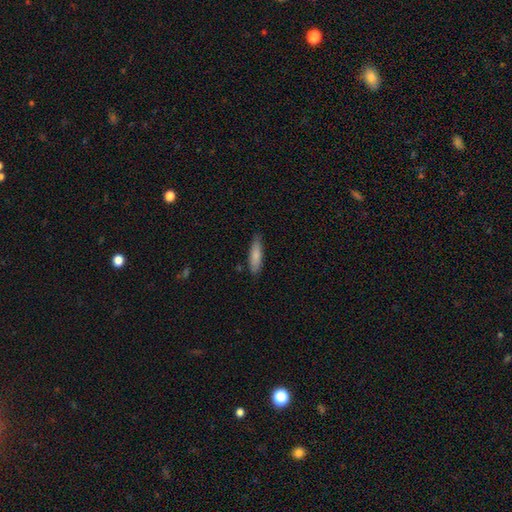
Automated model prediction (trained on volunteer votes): Smooth or featured?
  - smooth: 82% *
  - featured or disk: 12%
  - star or artifact: 6%
How rounded?
  - cigar-shaped: 59% *
  - in between: 39%
  - round: 2%
Merging?
  - none: 81% *
  - minor disturbance: 15%
  - major disturbance: 2%
  - merger: 2%